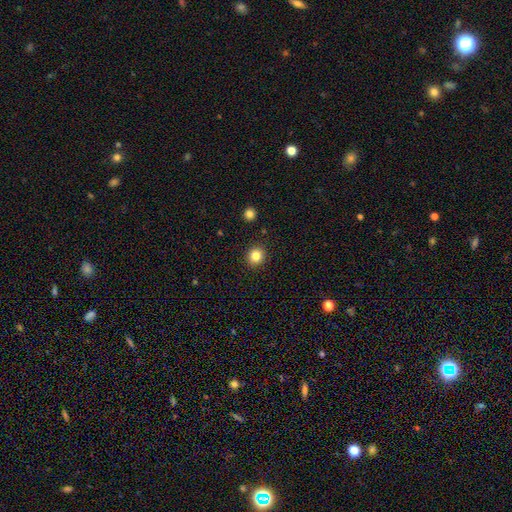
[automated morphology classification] type=smooth (83%); roundness=round (87%); merging=none (92%).